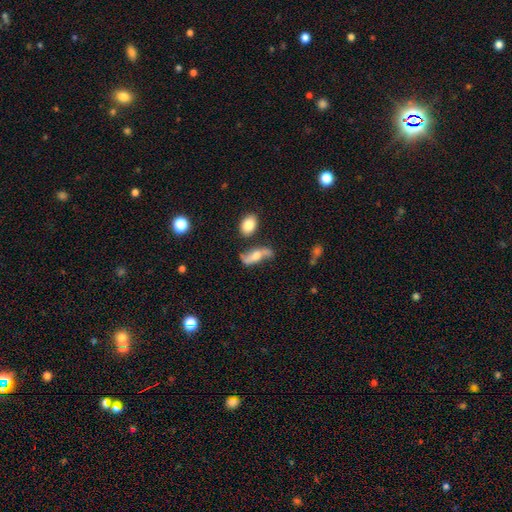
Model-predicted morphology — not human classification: The model was most divided on "bar": no: 55%, weak: 31%, strong: 13%. More confident: spiral arms — yes (85%); edge-on disk — no (83%); smooth or featured — featured or disk (63%); merging — none (56%); bulge size — moderate (52%).